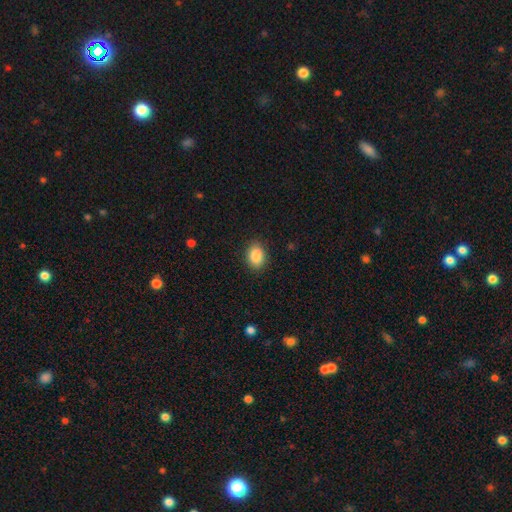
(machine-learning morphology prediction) type=smooth (88%); roundness=in between (77%); merging=none (87%).